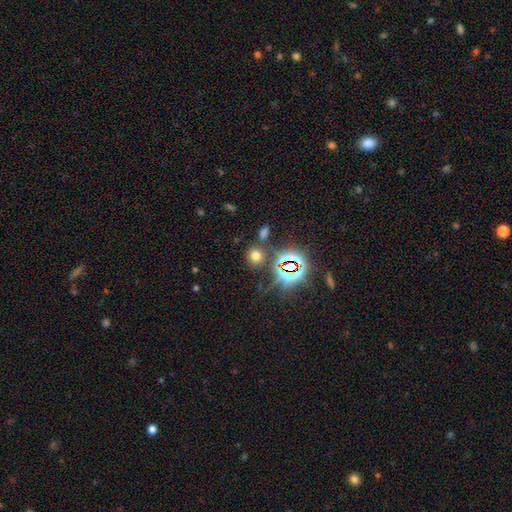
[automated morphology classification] A smooth galaxy with no disk features (60%) that is round (74%).

Vote fractions:
- Smooth or featured? smooth: 60% / star or artifact: 32% / featured or disk: 7%
- How rounded? round: 74% / in between: 24% / cigar-shaped: 2%
- Merging? none: 78% / minor disturbance: 9% / merger: 9% / major disturbance: 4%